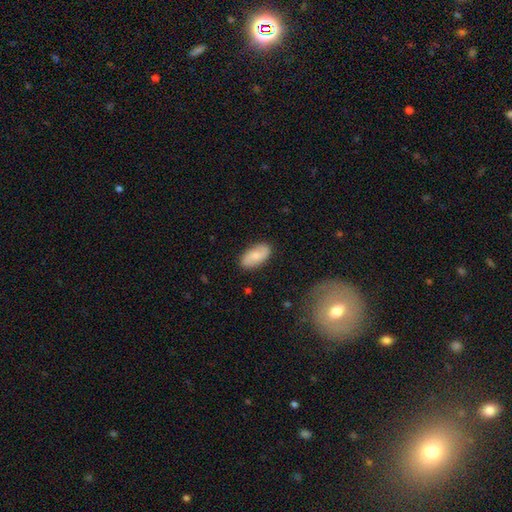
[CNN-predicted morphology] Smooth or featured? smooth (72%)
How rounded? in between (92%)
Merging? none (84%)